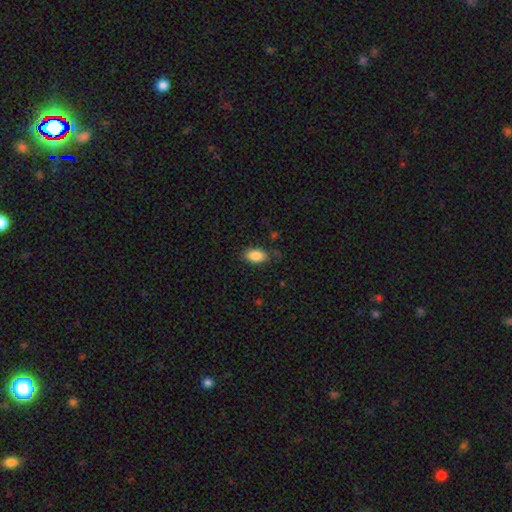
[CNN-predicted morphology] Smooth or featured?
  - smooth: 87% *
  - star or artifact: 8%
  - featured or disk: 5%
How rounded?
  - in between: 91% *
  - round: 5%
  - cigar-shaped: 3%
Merging?
  - none: 78% *
  - minor disturbance: 17%
  - major disturbance: 4%
  - merger: 1%